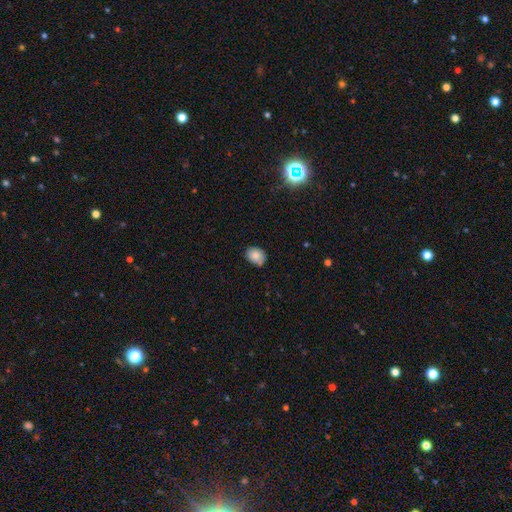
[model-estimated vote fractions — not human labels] A smooth galaxy with no disk features (85%) that is in between round and cigar-shaped (59%). Merging: none (75%).